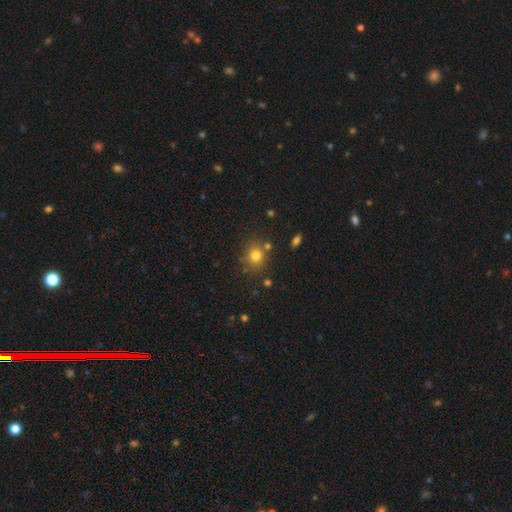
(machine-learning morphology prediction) type=smooth (78%); roundness=round (78%); merging=none (76%).